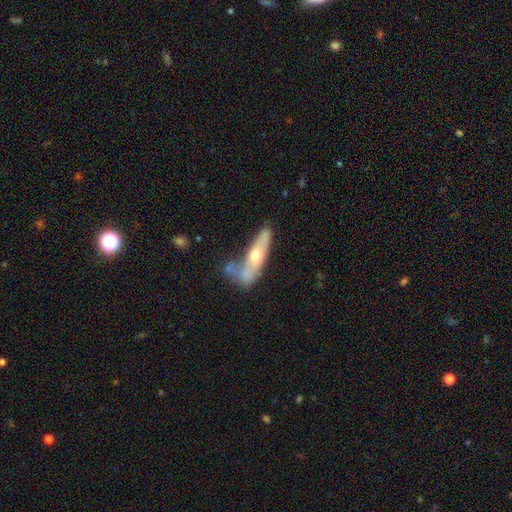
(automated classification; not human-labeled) This is possibly a featured or disk galaxy (54%). It is likely viewed edge-on (60%). Merging: marginally none (41%).